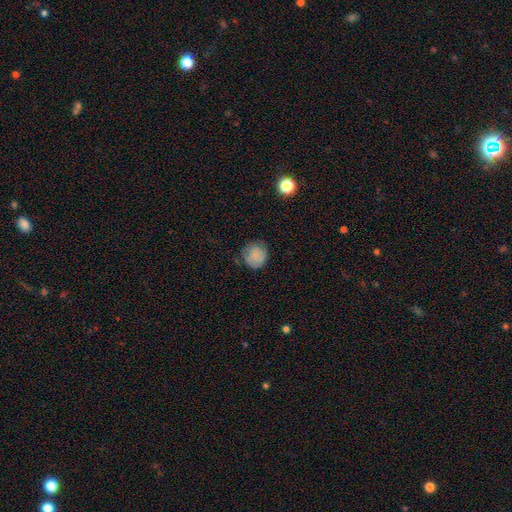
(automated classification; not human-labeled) This is clearly a smooth galaxy (80%). How rounded: clearly round (89%). Merging: likely none (74%).